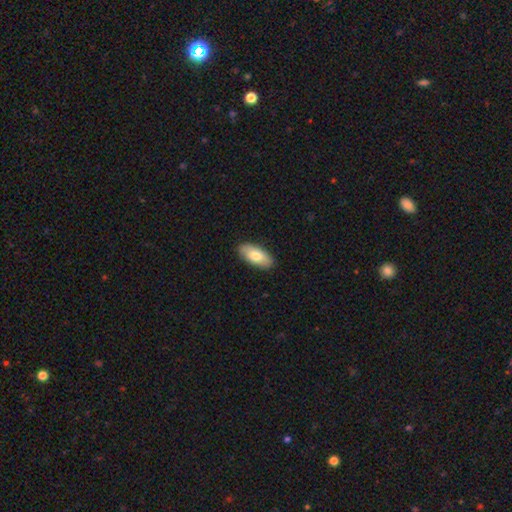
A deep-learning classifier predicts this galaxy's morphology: Q: Smooth or featured?
A: smooth (77%); runner-up: featured or disk (17%)
Q: How rounded?
A: in between (89%); runner-up: cigar-shaped (8%)
Q: Merging?
A: none (89%); runner-up: minor disturbance (8%)